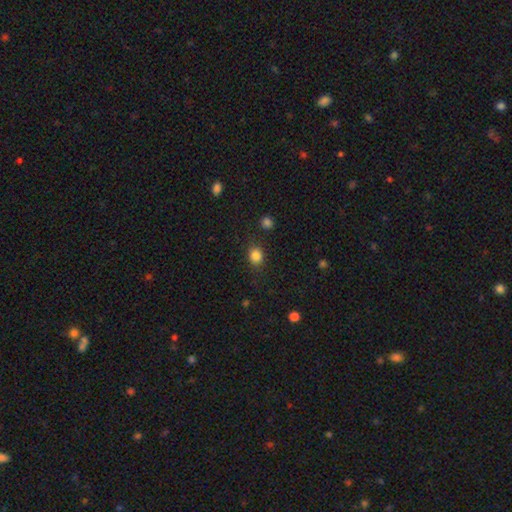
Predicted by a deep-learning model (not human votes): smooth 84%, star or artifact 11%, featured or disk 5%. Down the decision tree: how rounded — round (65%); merging — none (82%).